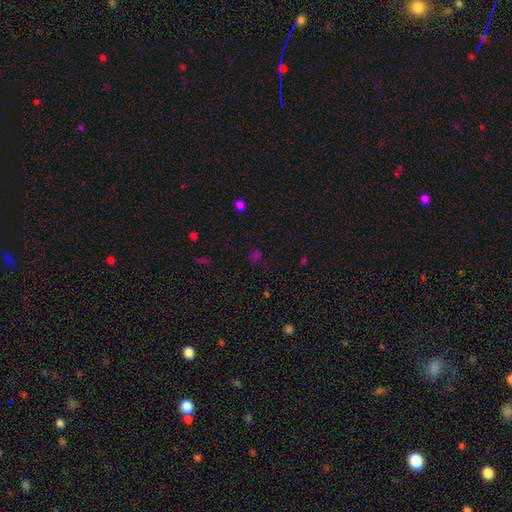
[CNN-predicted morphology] smooth-or-featured: smooth: 53% | star or artifact: 40% | featured or disk: 7%
  how-rounded: round: 66% | in between: 32% | cigar-shaped: 2%
  merging: none: 71% | minor disturbance: 16% | major disturbance: 8% | merger: 4%